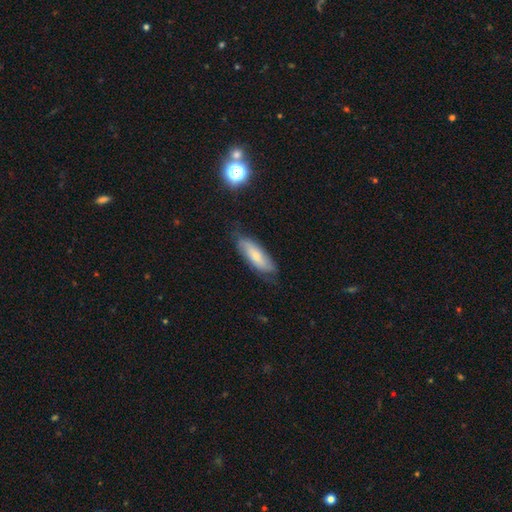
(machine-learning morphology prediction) Smooth or featured: smooth — 60% (featured or disk — 33%)
How rounded: in between — 58% (cigar-shaped — 40%)
Merging: none — 70% (minor disturbance — 23%)